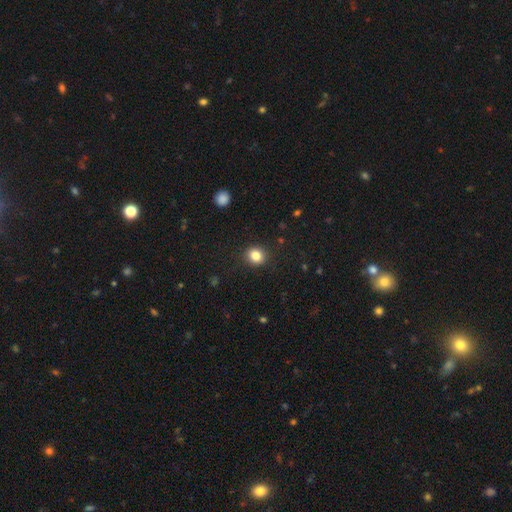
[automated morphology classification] smooth 83%, star or artifact 11%, featured or disk 6%. Down the decision tree: how rounded — round (78%); merging — none (89%).